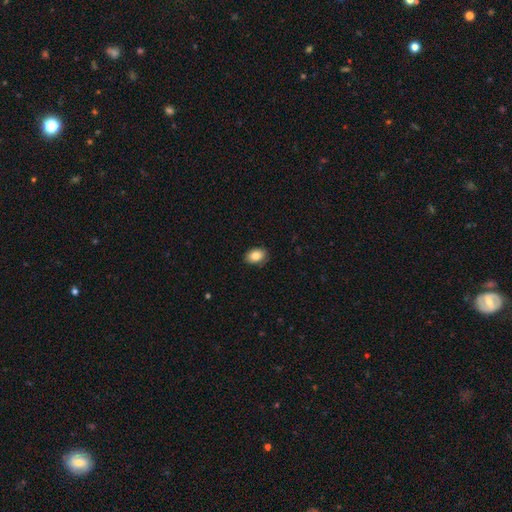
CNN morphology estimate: type=smooth (85%); roundness=in between (80%); merging=none (87%).